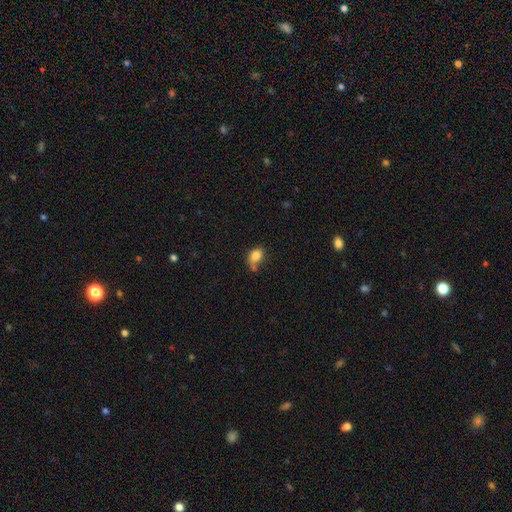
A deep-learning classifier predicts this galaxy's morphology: A smooth galaxy with no disk features (82%) that is in between round and cigar-shaped (70%).

Vote fractions:
- Smooth or featured? smooth: 82% / star or artifact: 9% / featured or disk: 9%
- How rounded? in between: 70% / round: 28% / cigar-shaped: 2%
- Merging? none: 43% / minor disturbance: 26% / merger: 16% / major disturbance: 15%